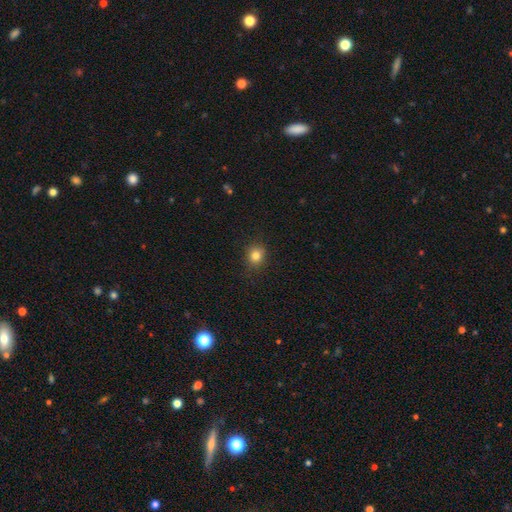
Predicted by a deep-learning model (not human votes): This appears to be a smooth galaxy with no disk features (83%) that is round (76%). Merging: none (87%).